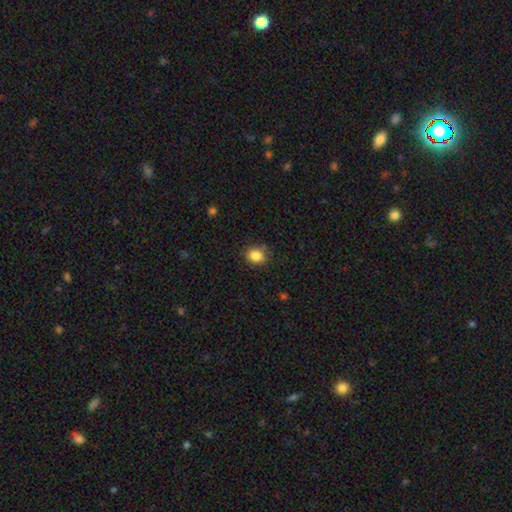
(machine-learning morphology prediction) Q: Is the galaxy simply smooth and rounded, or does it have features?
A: smooth — 86%.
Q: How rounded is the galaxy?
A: round — 60%.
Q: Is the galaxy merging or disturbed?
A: none — 79%.